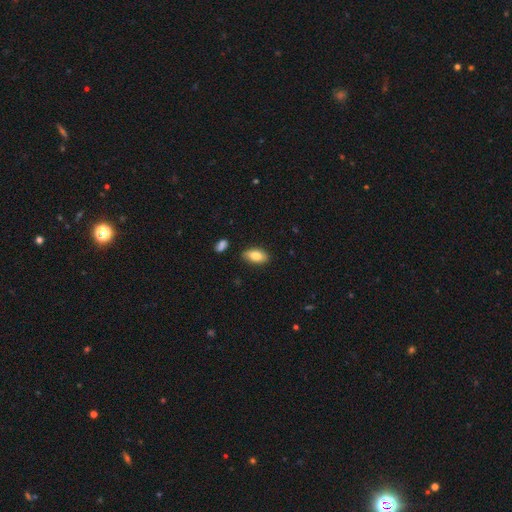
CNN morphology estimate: smooth 83%, featured or disk 10%, star or artifact 7%. Down the decision tree: how rounded — in between (91%); merging — none (84%).